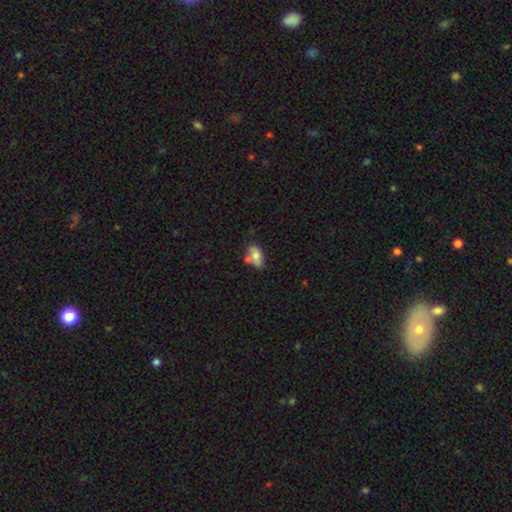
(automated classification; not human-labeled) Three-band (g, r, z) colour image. It shows a smooth galaxy with no disk features (67%) that is in between round and cigar-shaped (88%). Merging: none (48%).